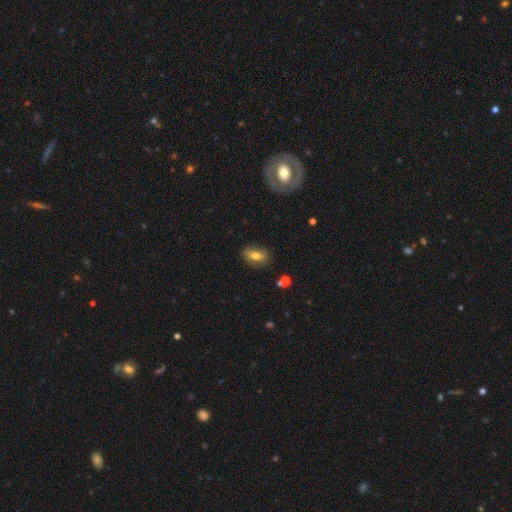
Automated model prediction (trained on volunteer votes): Morphology: type=smooth (66%); roundness=in between (78%); merging=none (80%).